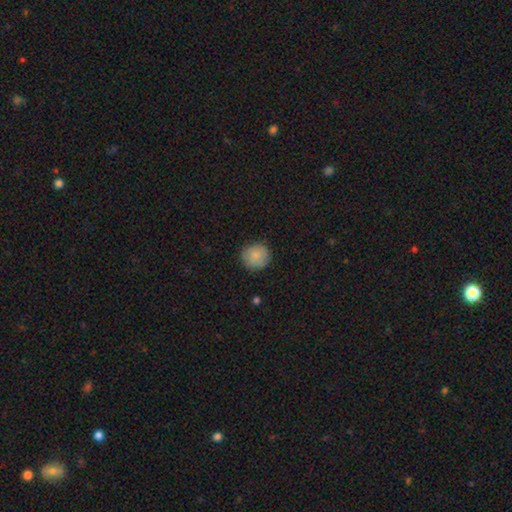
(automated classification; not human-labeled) A smooth galaxy with no disk features (83%) that is round (92%).

Vote fractions:
- Smooth or featured? smooth: 83% / featured or disk: 9% / star or artifact: 8%
- How rounded? round: 92% / in between: 7% / cigar-shaped: 1%
- Merging? none: 86% / minor disturbance: 10% / major disturbance: 2% / merger: 1%